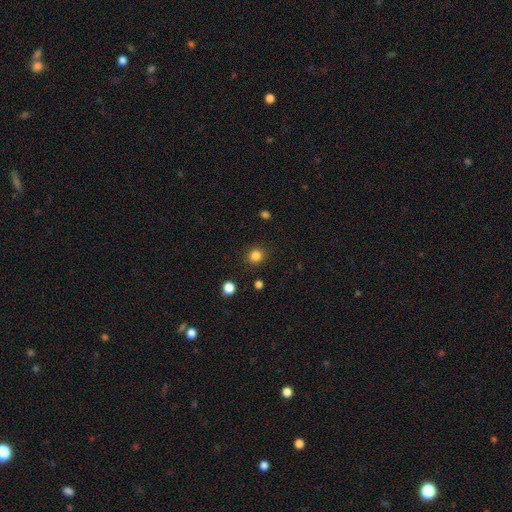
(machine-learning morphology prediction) smooth-or-featured: smooth: 83% | star or artifact: 13% | featured or disk: 4%
  how-rounded: round: 89% | in between: 10% | cigar-shaped: 1%
  merging: none: 88% | minor disturbance: 8% | major disturbance: 3% | merger: 2%